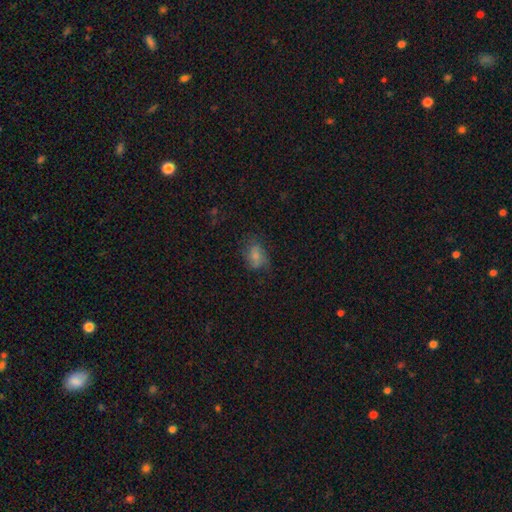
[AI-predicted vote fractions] A smooth galaxy with no disk features (65%) that is in between round and cigar-shaped (75%). Merging: none (55%).